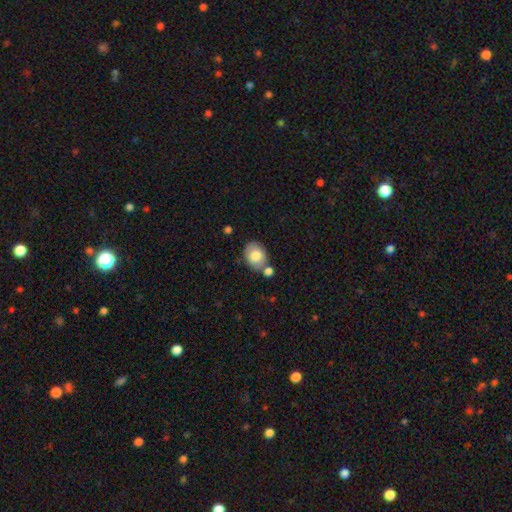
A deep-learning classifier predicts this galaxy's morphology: Q: Smooth or featured?
A: smooth (78%); runner-up: featured or disk (15%)
Q: How rounded?
A: in between (62%); runner-up: round (37%)
Q: Merging?
A: none (67%); runner-up: merger (16%)